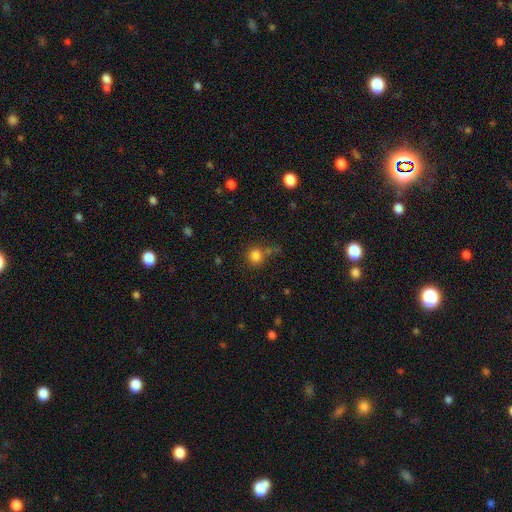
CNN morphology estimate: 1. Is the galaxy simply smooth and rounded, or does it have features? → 82% smooth, 13% star or artifact, 5% featured or disk.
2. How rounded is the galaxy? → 90% round, 9% in between, 1% cigar-shaped.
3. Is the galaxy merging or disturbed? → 68% none, 14% minor disturbance, 13% merger, 6% major disturbance.